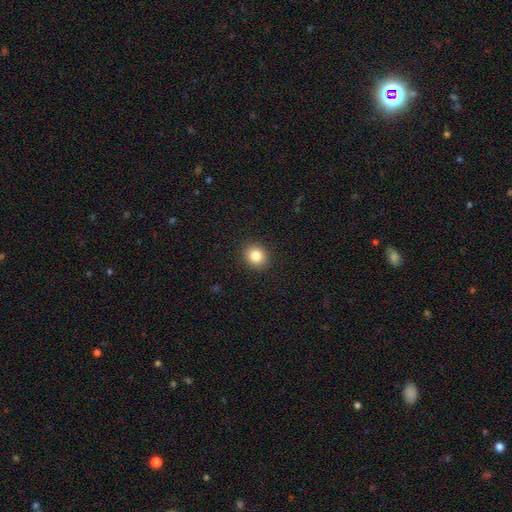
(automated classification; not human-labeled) Smooth or featured?
  - smooth: 83% *
  - star or artifact: 11%
  - featured or disk: 6%
How rounded?
  - round: 82% *
  - in between: 17%
  - cigar-shaped: 1%
Merging?
  - none: 91% *
  - minor disturbance: 6%
  - major disturbance: 2%
  - merger: 1%